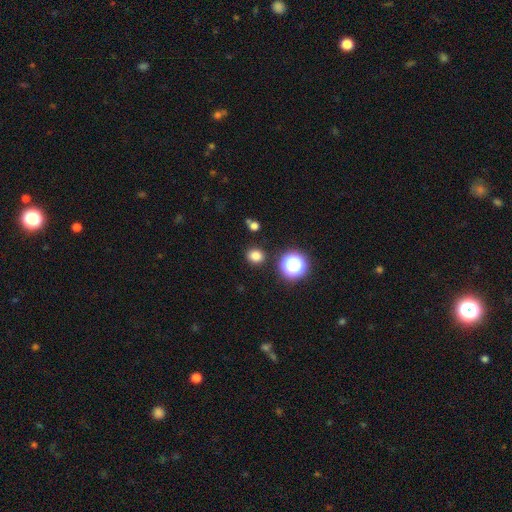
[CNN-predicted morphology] A smooth galaxy with no disk features (79%) that is round (79%). Merging: none (88%).